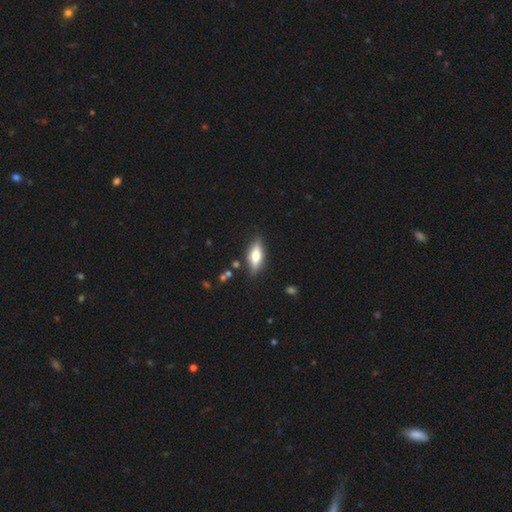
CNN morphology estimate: The model was most divided on "smooth or featured": smooth: 59%, featured or disk: 34%, star or artifact: 7%. More confident: merging — none (84%); how rounded — in between (68%).